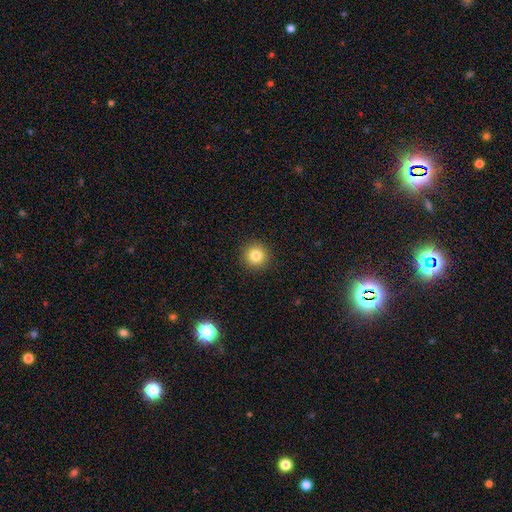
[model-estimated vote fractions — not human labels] Smooth or featured? Predicted: smooth (p=0.83). How rounded? Predicted: round (p=0.95). Merging? Predicted: none (p=0.93).